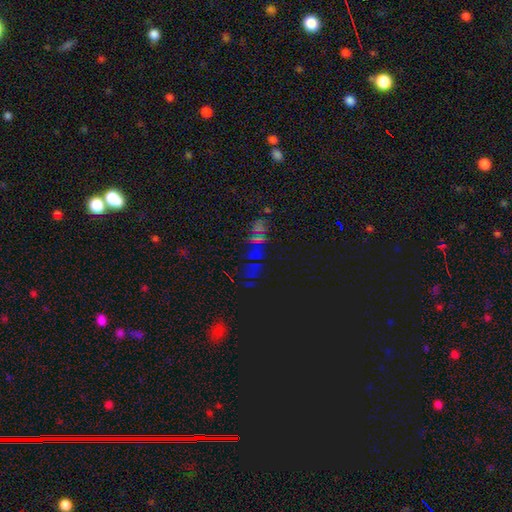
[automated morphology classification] type=star or artifact (68%).